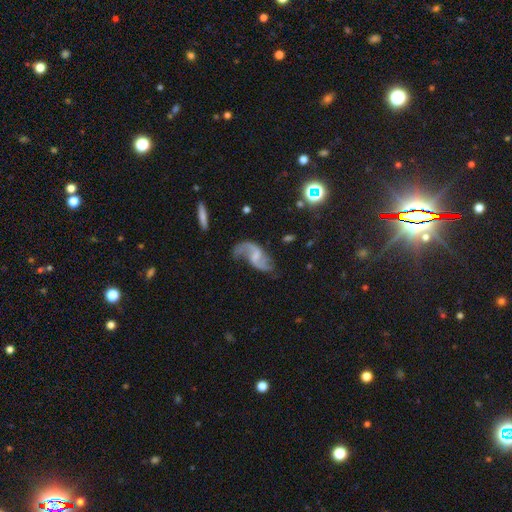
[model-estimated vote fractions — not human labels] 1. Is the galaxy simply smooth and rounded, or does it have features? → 84% featured or disk, 10% smooth, 6% star or artifact.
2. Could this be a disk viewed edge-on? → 97% no, 3% yes.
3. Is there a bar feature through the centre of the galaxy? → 54% weak, 30% no, 16% strong.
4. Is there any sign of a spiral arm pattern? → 94% yes, 6% no.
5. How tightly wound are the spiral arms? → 74% loose, 22% medium, 5% tight.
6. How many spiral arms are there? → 87% 2, 6% 1, 4% can't tell, 2% 3, 1% 4, 1% more than 4.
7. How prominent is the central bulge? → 42% none, 35% small, 19% moderate, 3% large, 1% dominant.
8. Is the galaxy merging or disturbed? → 57% none, 21% minor disturbance, 18% major disturbance, 4% merger.